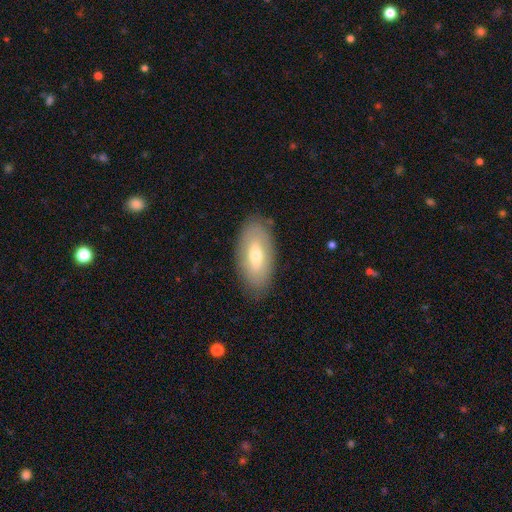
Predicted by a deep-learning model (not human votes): This appears to be a smooth galaxy with no disk features (62%) that is in between round and cigar-shaped (91%). Merging: none (84%).